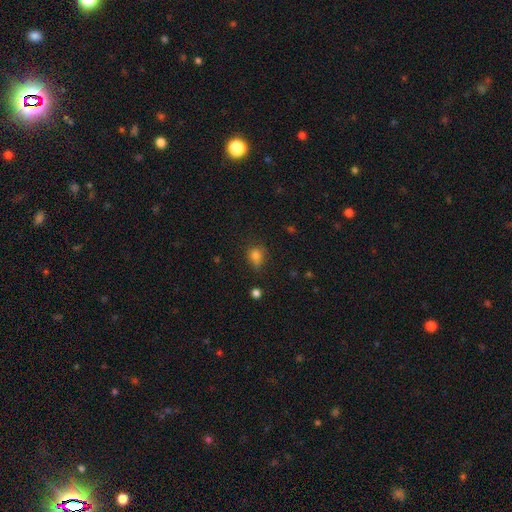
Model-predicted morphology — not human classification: Q: Smooth or featured?
A: smooth (78%); runner-up: star or artifact (14%)
Q: How rounded?
A: round (59%); runner-up: in between (39%)
Q: Merging?
A: none (57%); runner-up: minor disturbance (30%)